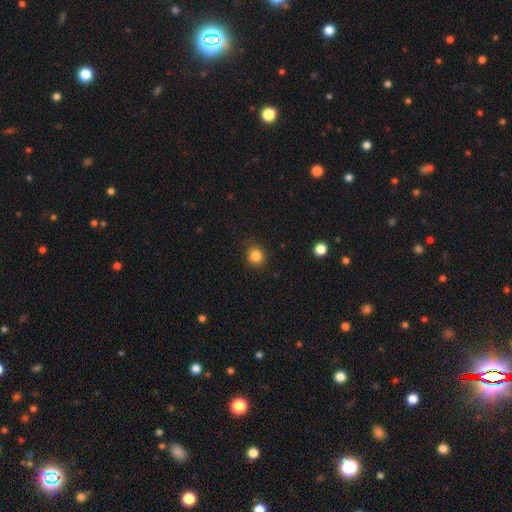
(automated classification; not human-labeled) Smooth or featured: smooth — 84% (star or artifact — 11%)
How rounded: round — 84% (in between — 15%)
Merging: none — 84% (minor disturbance — 12%)